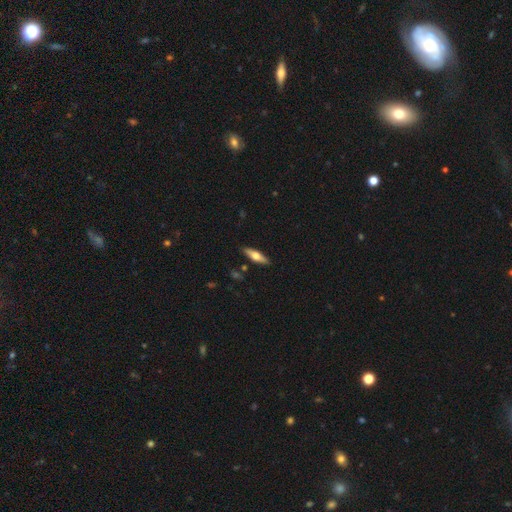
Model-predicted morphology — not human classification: Smooth or featured? Predicted: smooth (p=0.47, tied with featured or disk). Merging? Predicted: none (p=0.88).